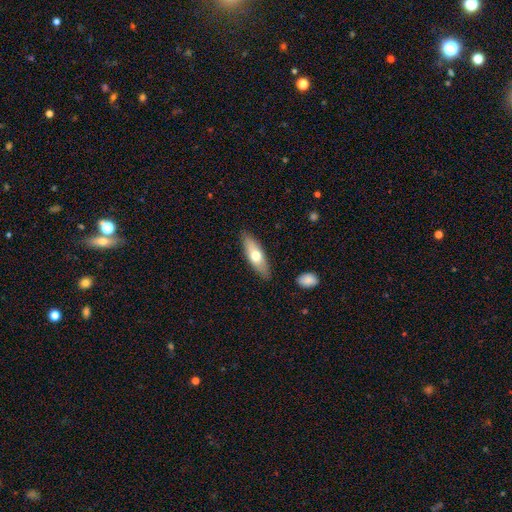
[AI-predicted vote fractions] Q: Smooth or featured?
A: smooth (61%); runner-up: featured or disk (33%)
Q: How rounded?
A: in between (55%); runner-up: cigar-shaped (42%)
Q: Merging?
A: none (85%); runner-up: minor disturbance (11%)